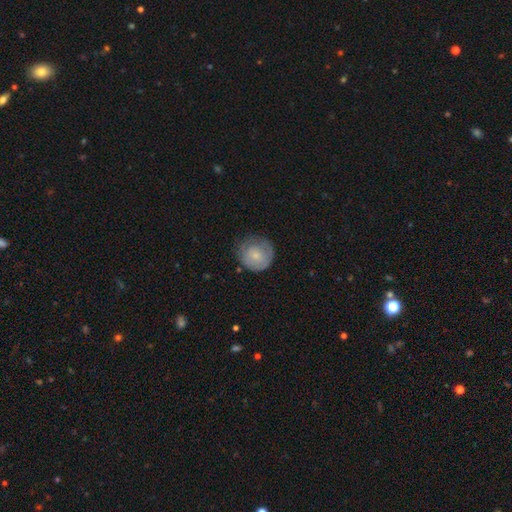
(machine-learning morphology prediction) A smooth galaxy with no disk features (66%) that is round (90%). Merging: none (65%).